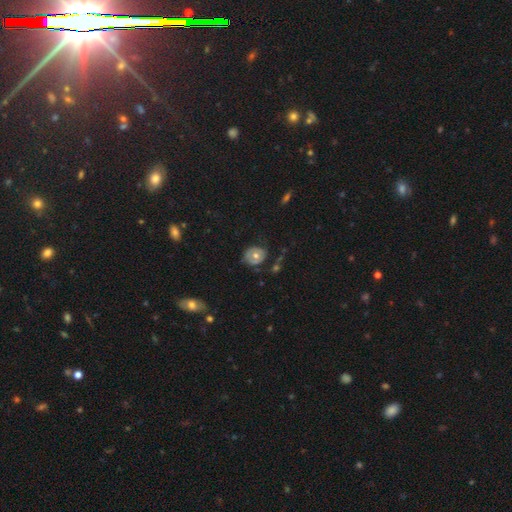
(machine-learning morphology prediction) The model was most divided on "smooth or featured": smooth: 53%, featured or disk: 39%, star or artifact: 8%. More confident: how rounded — round (66%); merging — none (63%).